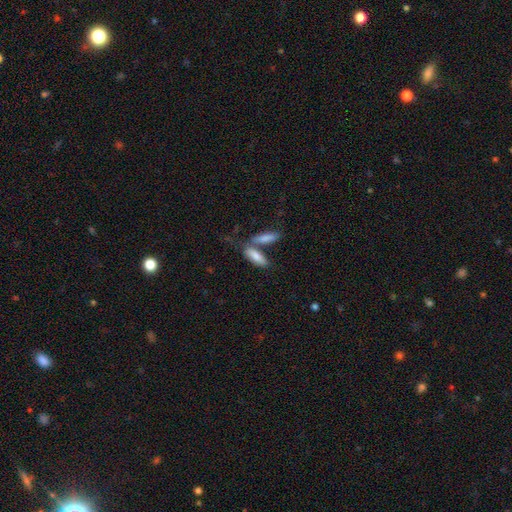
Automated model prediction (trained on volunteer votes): Smooth or featured? smooth (80%)
How rounded? in between (56%)
Merging? none (47%)